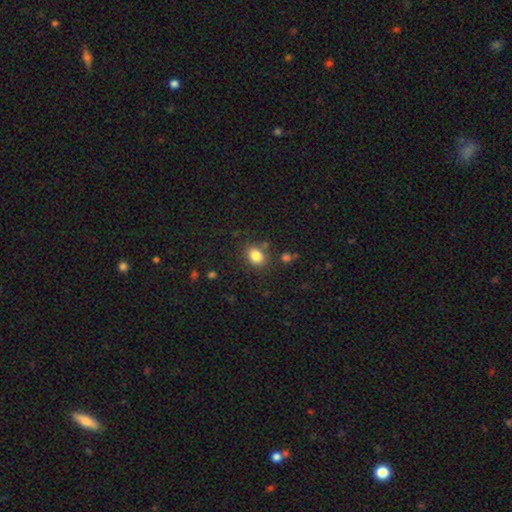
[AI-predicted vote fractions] This appears to be a smooth galaxy with no disk features (84%) that is in between round and cigar-shaped (63%). Merging: none (80%).